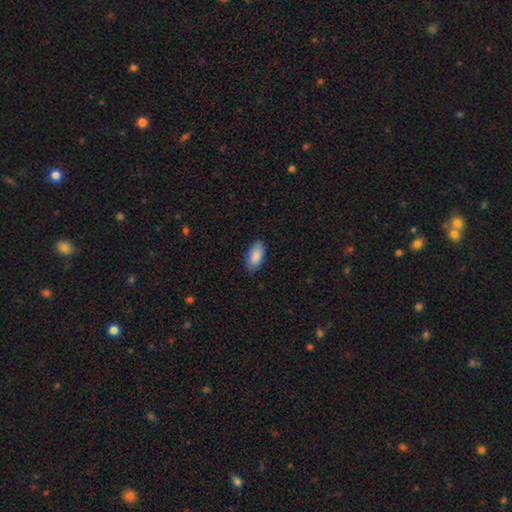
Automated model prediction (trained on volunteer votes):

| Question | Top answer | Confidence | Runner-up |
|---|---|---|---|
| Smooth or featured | smooth | 89% | star or artifact (6%) |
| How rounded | in between | 93% | cigar-shaped (5%) |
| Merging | none | 84% | minor disturbance (12%) |